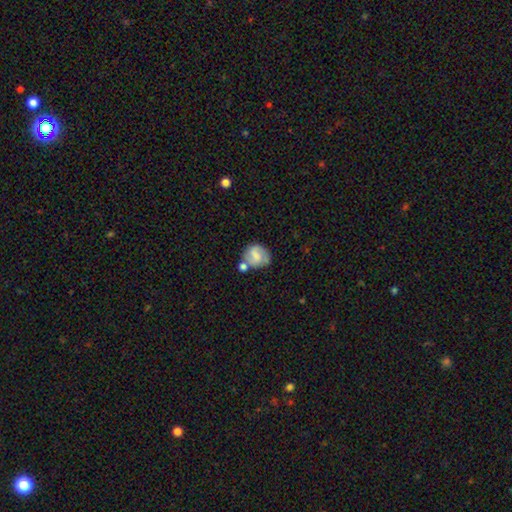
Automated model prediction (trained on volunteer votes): Morphology: type=smooth (52%); roundness=round (69%); merging=none (45%).